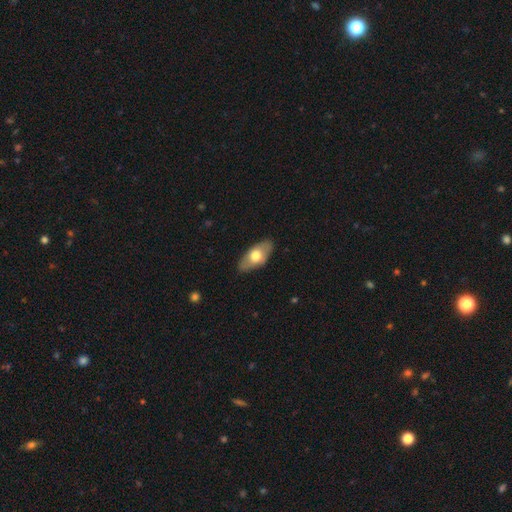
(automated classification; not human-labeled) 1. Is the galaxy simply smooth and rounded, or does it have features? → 61% smooth, 34% featured or disk, 5% star or artifact.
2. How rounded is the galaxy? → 90% in between, 6% cigar-shaped, 4% round.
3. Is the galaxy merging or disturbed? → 84% none, 12% minor disturbance, 2% major disturbance, 1% merger.